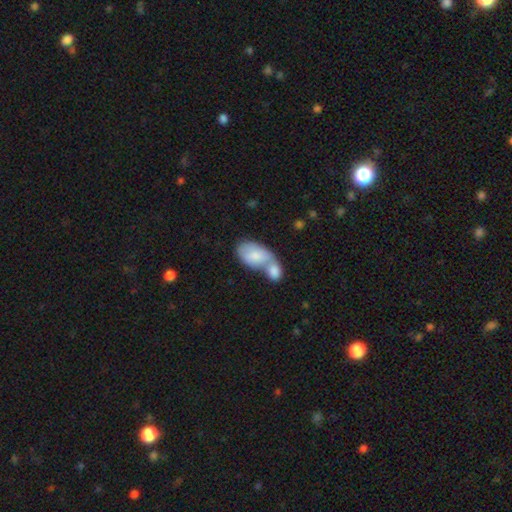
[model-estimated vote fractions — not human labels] smooth-or-featured: smooth: 74% | featured or disk: 21% | star or artifact: 5%
  how-rounded: in between: 92% | round: 6% | cigar-shaped: 2%
  merging: merger: 68% | none: 17% | minor disturbance: 9% | major disturbance: 5%